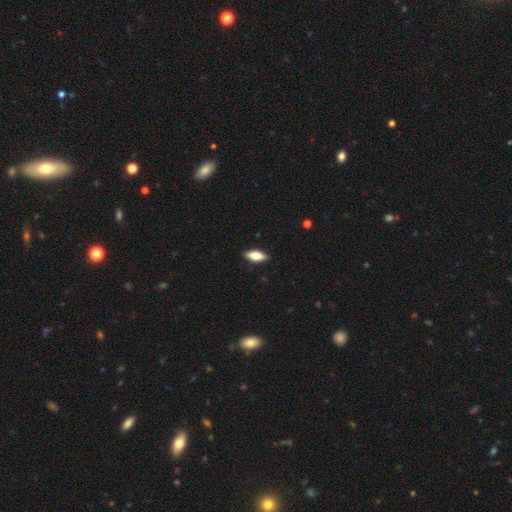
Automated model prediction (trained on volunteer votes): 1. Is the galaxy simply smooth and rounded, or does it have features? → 72% smooth, 21% featured or disk, 7% star or artifact.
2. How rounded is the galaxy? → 79% in between, 18% cigar-shaped, 3% round.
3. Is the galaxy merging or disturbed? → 89% none, 8% minor disturbance, 2% major disturbance, 1% merger.